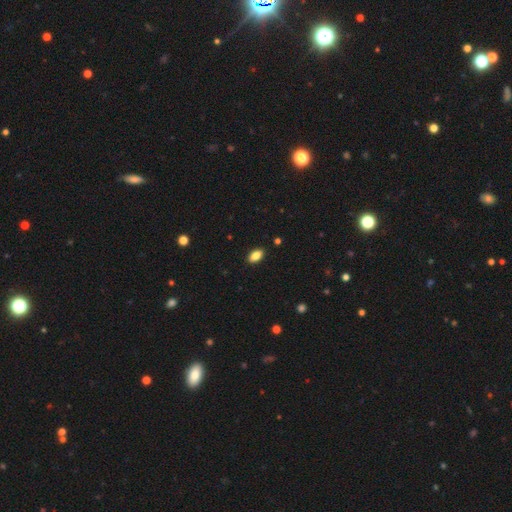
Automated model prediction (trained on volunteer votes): A smooth galaxy with no disk features (86%) that is in between round and cigar-shaped (92%). Merging: none (89%).